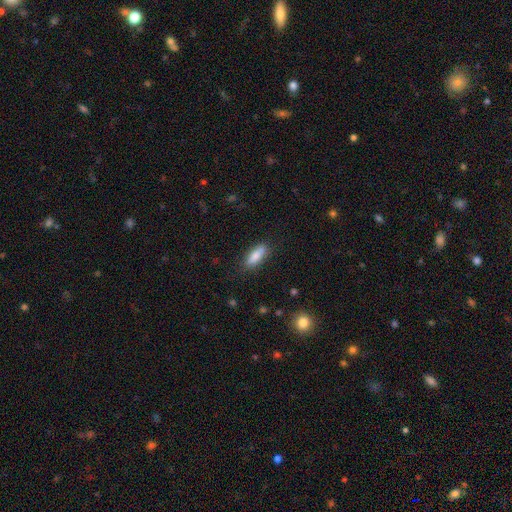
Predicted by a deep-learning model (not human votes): The model was most divided on "how rounded": in between: 56%, cigar-shaped: 42%, round: 2%. More confident: merging — none (84%); smooth or featured — smooth (81%).